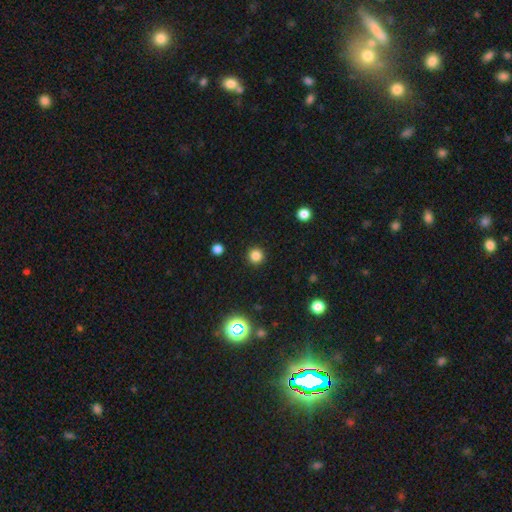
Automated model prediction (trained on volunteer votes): smooth-or-featured: smooth: 81% | star or artifact: 15% | featured or disk: 4%
  how-rounded: round: 95% | in between: 4% | cigar-shaped: 1%
  merging: none: 92% | minor disturbance: 5% | major disturbance: 2% | merger: 1%